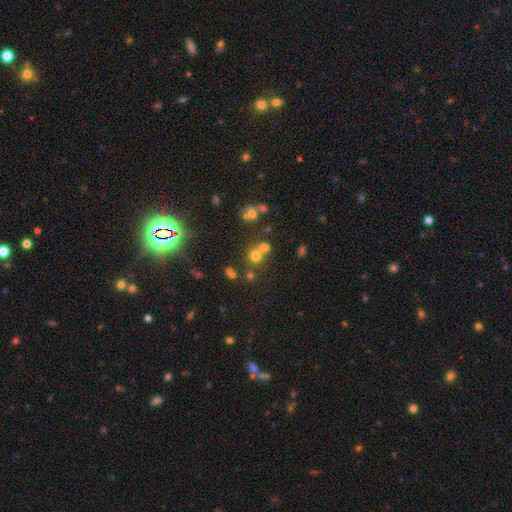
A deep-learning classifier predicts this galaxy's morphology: Overall: smooth (63%; star or artifact 24%). How rounded: round (86%). Merging: none (50%; merger 39%).